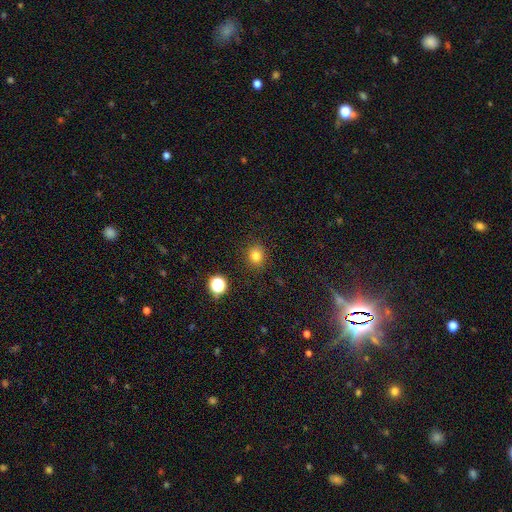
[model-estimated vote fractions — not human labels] This appears to be a smooth galaxy with no disk features (80%) that is round (80%). Merging: none (89%).